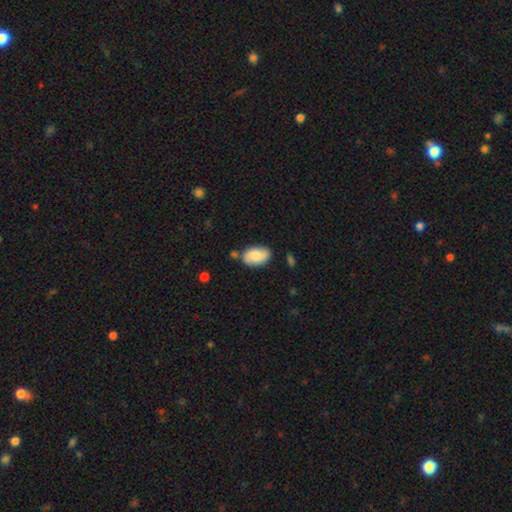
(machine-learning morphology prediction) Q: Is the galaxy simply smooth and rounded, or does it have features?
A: smooth — 71%.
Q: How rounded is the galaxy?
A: in between — 90%.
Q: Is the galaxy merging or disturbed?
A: none — 75%.